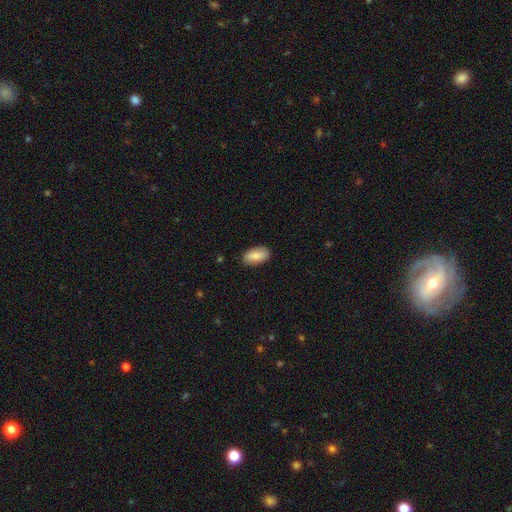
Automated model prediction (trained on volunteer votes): This is clearly a smooth galaxy (83%). How rounded: clearly in between (92%). Merging: clearly none (85%).